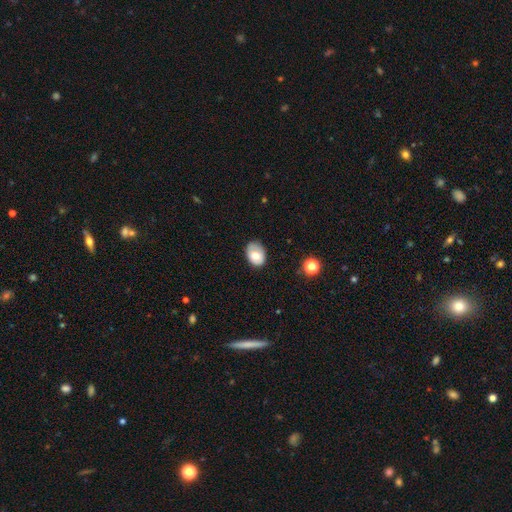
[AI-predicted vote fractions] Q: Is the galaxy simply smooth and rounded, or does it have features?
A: smooth — 66%.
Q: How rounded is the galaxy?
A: in between — 73%.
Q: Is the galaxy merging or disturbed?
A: none — 77%.